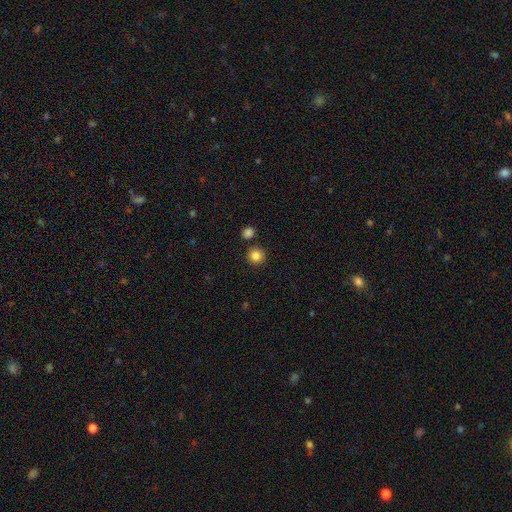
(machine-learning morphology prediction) Smooth or featured? smooth (84%)
How rounded? round (94%)
Merging? none (87%)